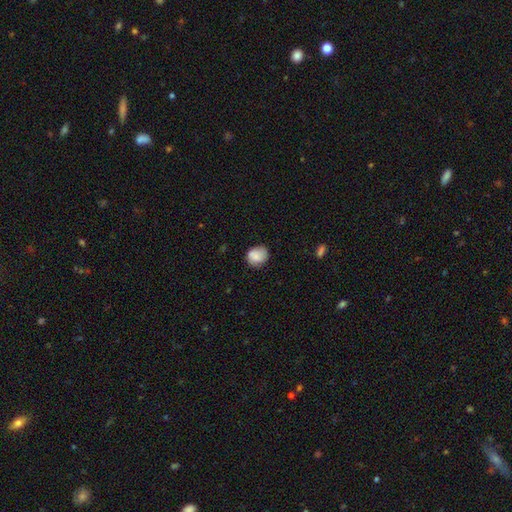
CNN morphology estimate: smooth-or-featured: smooth: 83% | featured or disk: 9% | star or artifact: 8%
  how-rounded: round: 67% | in between: 32% | cigar-shaped: 1%
  merging: none: 69% | minor disturbance: 24% | major disturbance: 5% | merger: 2%